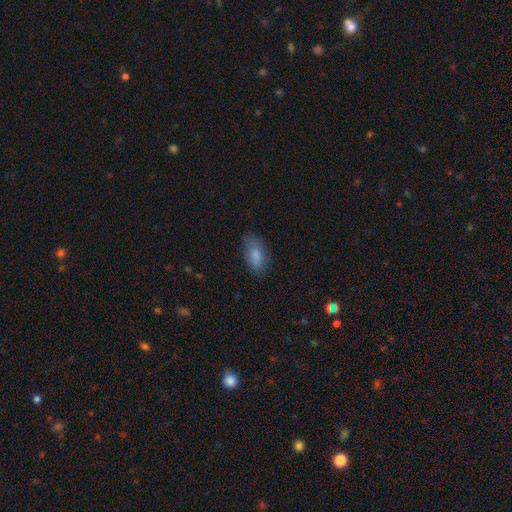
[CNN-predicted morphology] A smooth galaxy with no disk features (82%) that is in between round and cigar-shaped (89%). Merging: none (70%).